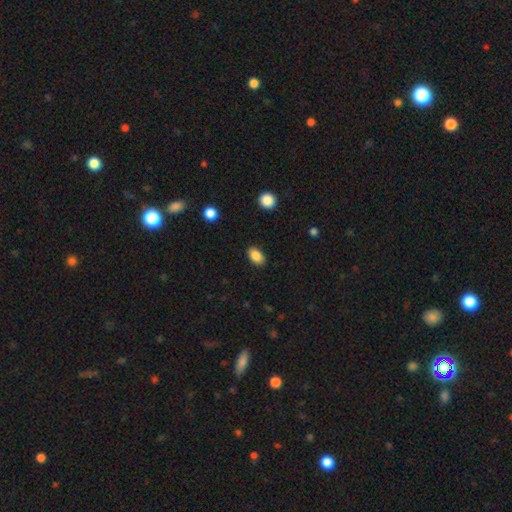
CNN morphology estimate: This appears to be a smooth galaxy with no disk features (87%) that is in between round and cigar-shaped (89%). Merging: none (88%).